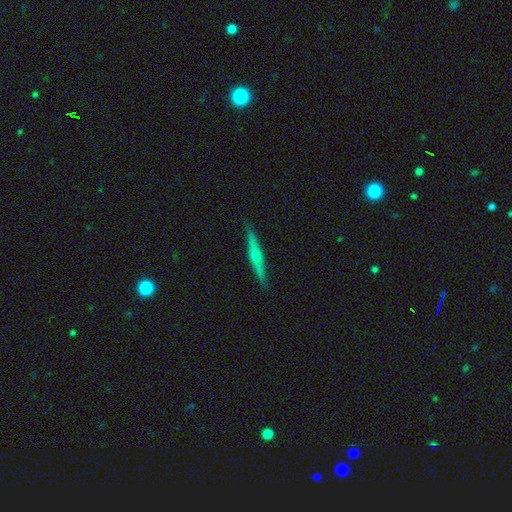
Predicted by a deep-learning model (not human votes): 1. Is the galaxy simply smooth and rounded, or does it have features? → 65% featured or disk, 28% smooth, 7% star or artifact.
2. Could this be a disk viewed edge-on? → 97% yes, 3% no.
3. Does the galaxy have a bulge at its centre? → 79% rounded, 12% none, 9% boxy.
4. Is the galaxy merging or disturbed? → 89% none, 8% minor disturbance, 2% major disturbance, 1% merger.